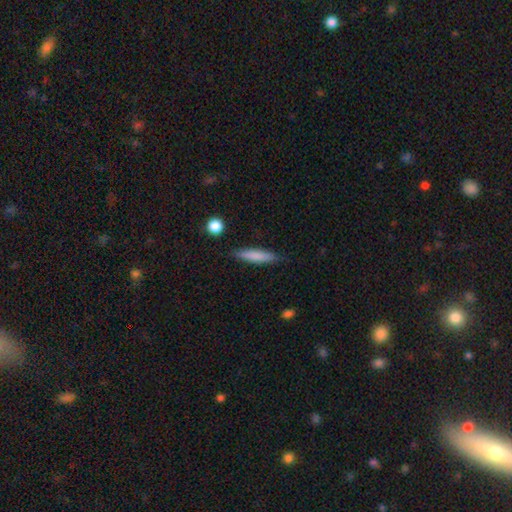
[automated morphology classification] Smooth or featured? Predicted: smooth (p=0.77). How rounded? Predicted: cigar-shaped (p=0.86). Merging? Predicted: none (p=0.85).